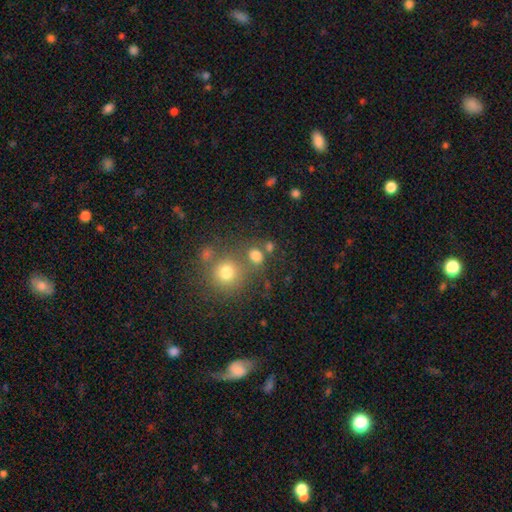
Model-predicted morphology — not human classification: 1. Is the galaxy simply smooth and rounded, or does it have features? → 76% smooth, 16% star or artifact, 8% featured or disk.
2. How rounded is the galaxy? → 62% round, 36% in between, 1% cigar-shaped.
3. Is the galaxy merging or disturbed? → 60% none, 24% merger, 11% minor disturbance, 6% major disturbance.